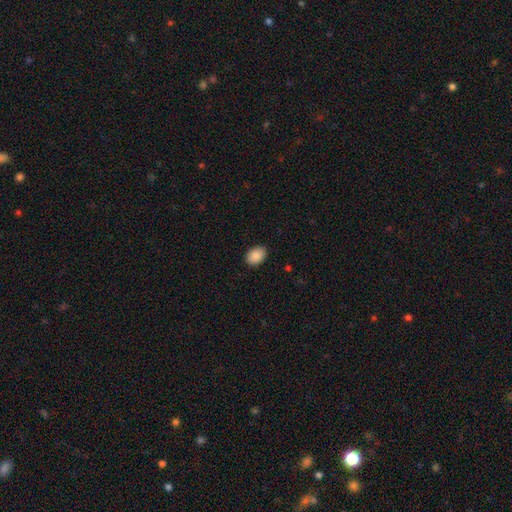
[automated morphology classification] This is clearly a smooth galaxy (90%). How rounded: likely in between (80%). Merging: clearly none (89%).